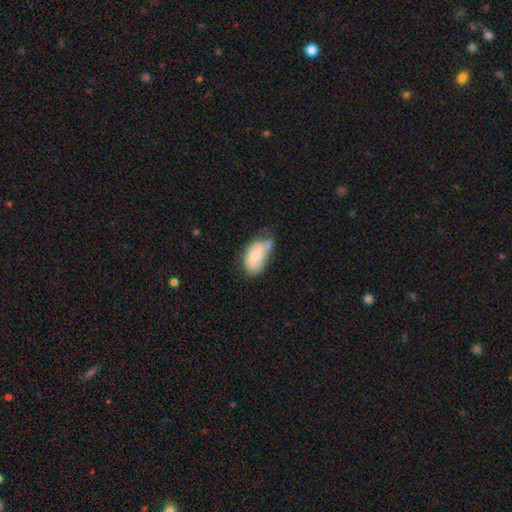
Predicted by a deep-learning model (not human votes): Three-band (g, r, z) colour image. It shows a smooth galaxy with no disk features (66%) that is in between round and cigar-shaped (93%). Merging: minor disturbance (39%).